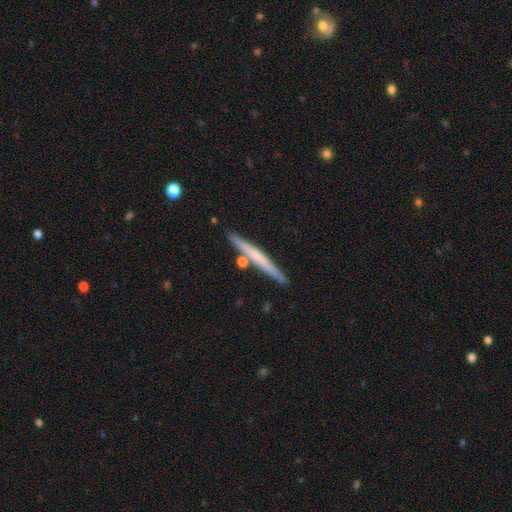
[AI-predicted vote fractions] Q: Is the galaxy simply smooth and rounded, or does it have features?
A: featured or disk — 47%, tied with smooth.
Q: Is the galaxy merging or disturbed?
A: none — 84%.